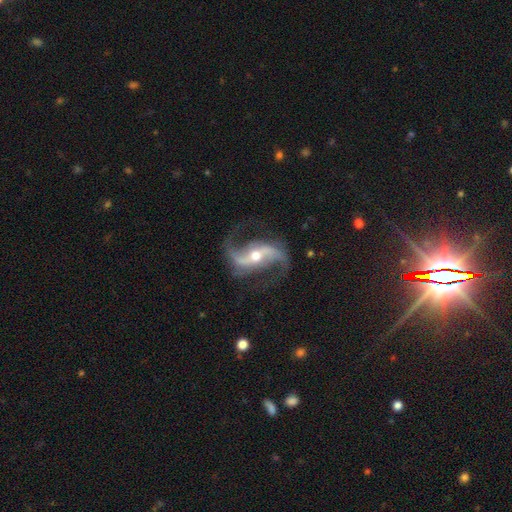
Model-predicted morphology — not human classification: Overall: featured or disk (92%). Edge-on disk: no (96%). Bar: strong (47%; weak 29%). Spiral arms: yes (98%). Spiral arm count: 2 (94%). Spiral winding: loose (69%). Bulge size: moderate (59%; small 36%). Merging: none (79%).